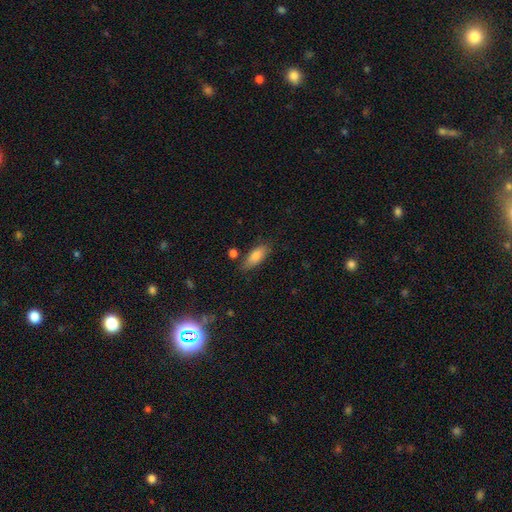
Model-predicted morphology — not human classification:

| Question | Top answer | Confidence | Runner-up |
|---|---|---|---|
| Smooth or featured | smooth | 81% | featured or disk (12%) |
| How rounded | in between | 76% | cigar-shaped (22%) |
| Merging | none | 76% | minor disturbance (16%) |